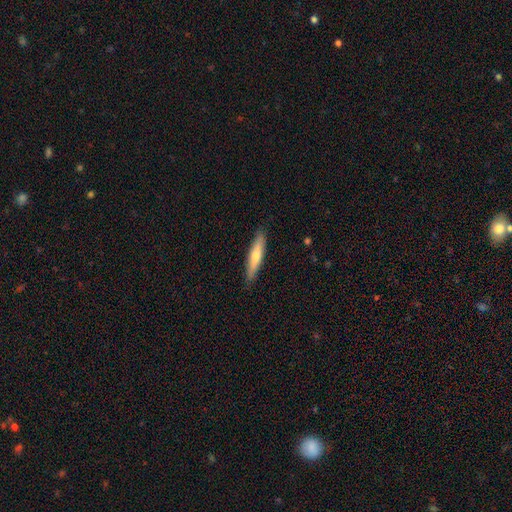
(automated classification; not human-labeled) smooth 59%, featured or disk 35%, star or artifact 5%. Down the decision tree: how rounded — cigar-shaped (87%); merging — none (89%).